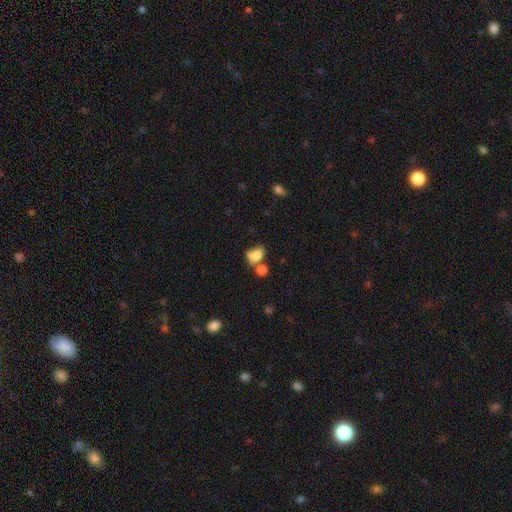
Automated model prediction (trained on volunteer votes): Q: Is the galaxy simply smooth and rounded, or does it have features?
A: smooth — 71%.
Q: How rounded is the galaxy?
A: in between — 68%.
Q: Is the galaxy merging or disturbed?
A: merger — 43%.